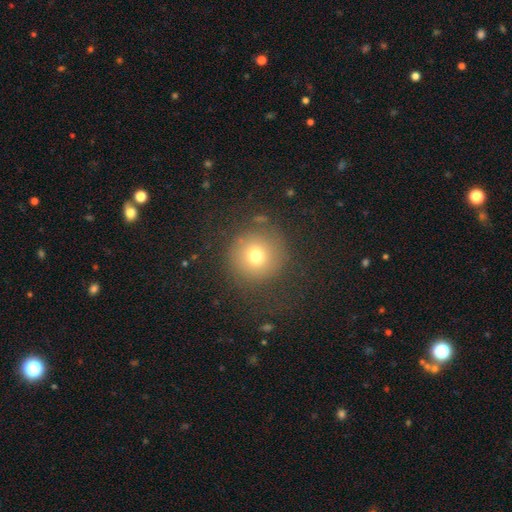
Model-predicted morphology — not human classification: smooth-or-featured: smooth: 71% | star or artifact: 15% | featured or disk: 14%
  how-rounded: round: 94% | in between: 5% | cigar-shaped: 1%
  merging: none: 77% | minor disturbance: 12% | major disturbance: 9% | merger: 2%